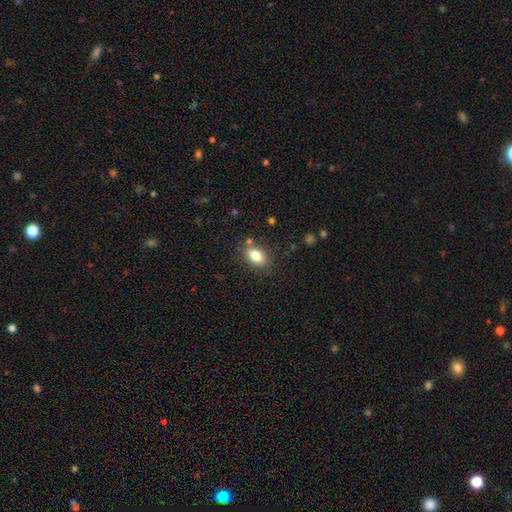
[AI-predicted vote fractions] This appears to be a smooth galaxy with no disk features (82%) that is in between round and cigar-shaped (82%). Merging: none (80%).